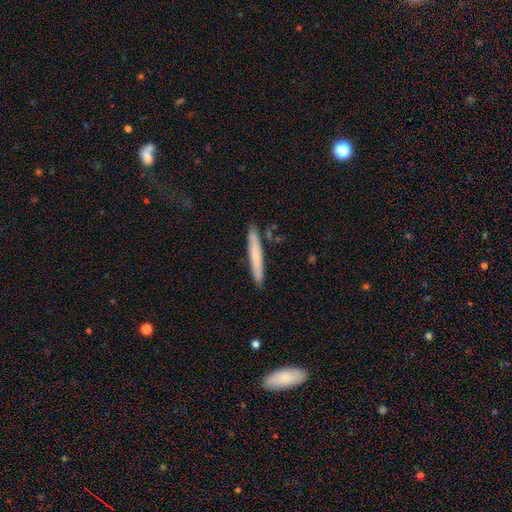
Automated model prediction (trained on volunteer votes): Morphology: type=smooth (68%); roundness=cigar-shaped (96%); merging=none (88%).